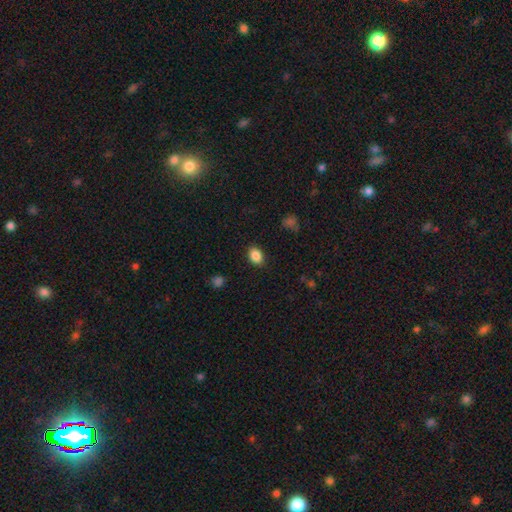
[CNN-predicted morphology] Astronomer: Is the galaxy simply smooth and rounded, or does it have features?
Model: smooth — 87%.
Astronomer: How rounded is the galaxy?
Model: in between — 77%.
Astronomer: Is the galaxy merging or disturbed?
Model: none — 86%.